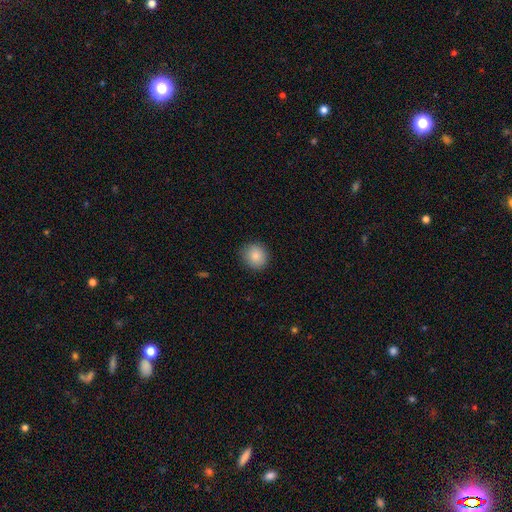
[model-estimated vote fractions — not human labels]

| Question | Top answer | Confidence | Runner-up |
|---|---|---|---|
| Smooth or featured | smooth | 85% | star or artifact (9%) |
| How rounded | round | 84% | in between (15%) |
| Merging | none | 88% | minor disturbance (9%) |